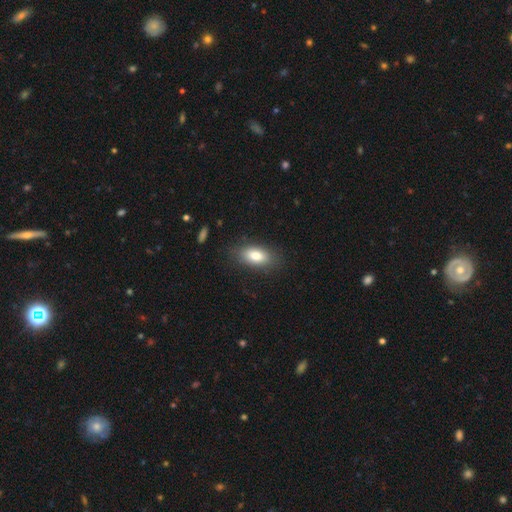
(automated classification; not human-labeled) Morphology: type=smooth (81%); roundness=in between (88%); merging=none (83%).